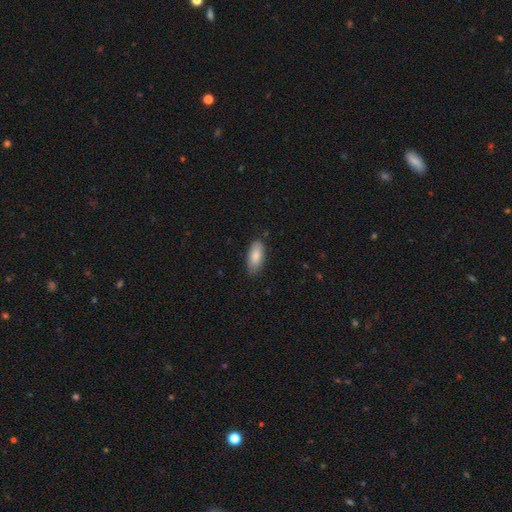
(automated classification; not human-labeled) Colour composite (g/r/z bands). It shows a smooth galaxy with no disk features (85%) that is in between round and cigar-shaped (86%). Merging: none (79%).